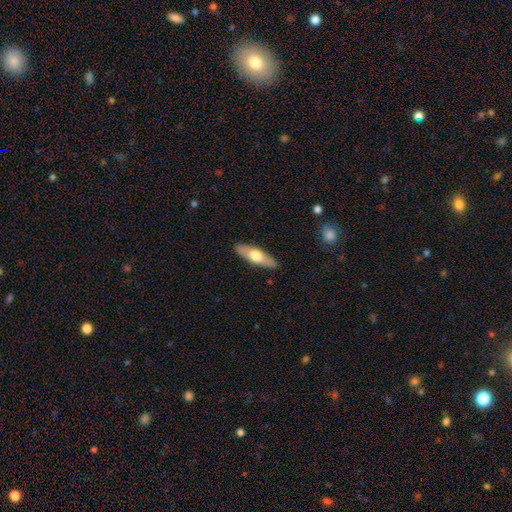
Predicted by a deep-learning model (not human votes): The model was most divided on "how rounded": cigar-shaped: 54%, in between: 44%, round: 2%. More confident: merging — none (89%); smooth or featured — smooth (57%).